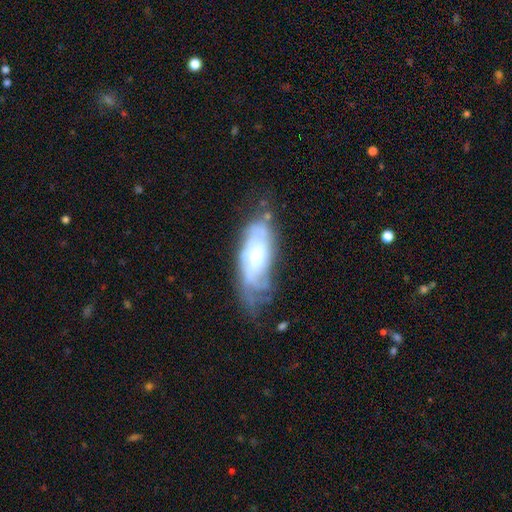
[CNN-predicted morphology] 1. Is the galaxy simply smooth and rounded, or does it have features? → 66% featured or disk, 26% smooth, 8% star or artifact.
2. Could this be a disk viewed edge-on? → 87% no, 13% yes.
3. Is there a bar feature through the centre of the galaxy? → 51% no, 37% weak, 12% strong.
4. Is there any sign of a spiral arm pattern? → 81% yes, 19% no.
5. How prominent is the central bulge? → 39% moderate, 35% small, 13% large, 11% none, 2% dominant.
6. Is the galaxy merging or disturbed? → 48% none, 29% minor disturbance, 19% major disturbance, 4% merger.